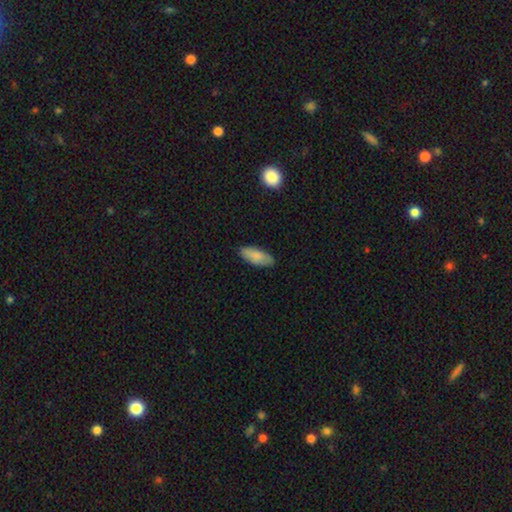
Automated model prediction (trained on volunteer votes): This is clearly a smooth galaxy (82%). How rounded: clearly in between (82%). Merging: clearly none (83%).